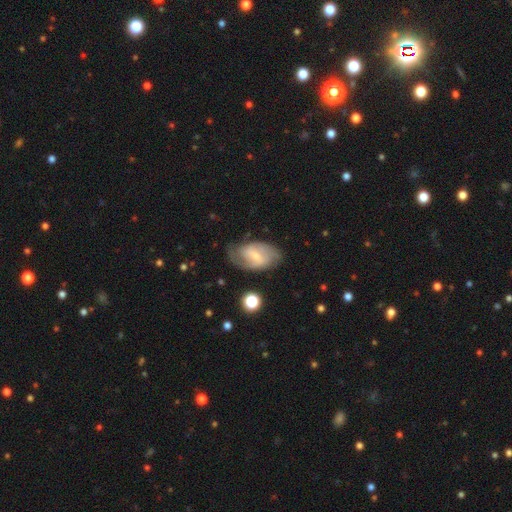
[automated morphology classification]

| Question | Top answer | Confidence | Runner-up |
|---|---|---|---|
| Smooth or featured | featured or disk | 74% | smooth (20%) |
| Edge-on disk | no | 96% | yes (4%) |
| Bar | weak | 54% | strong (26%) |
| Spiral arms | yes | 89% | no (11%) |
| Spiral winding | medium | 46% | tight (31%) |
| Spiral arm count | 2 | 71% | can't tell (18%) |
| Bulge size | small | 64% | moderate (30%) |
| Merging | none | 69% | minor disturbance (21%) |